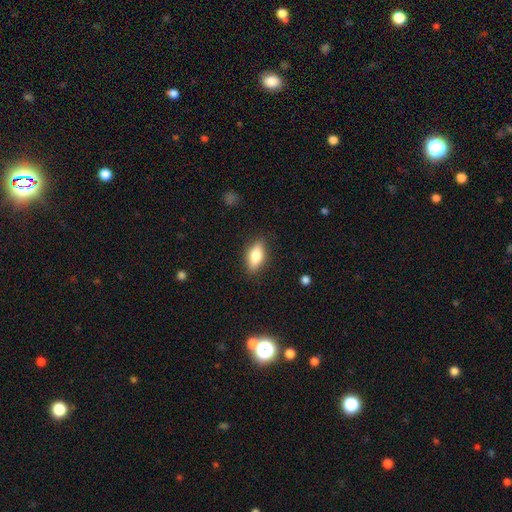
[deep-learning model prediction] Smooth or featured? Predicted: smooth (p=0.75). How rounded? Predicted: in between (p=0.81). Merging? Predicted: none (p=0.85).